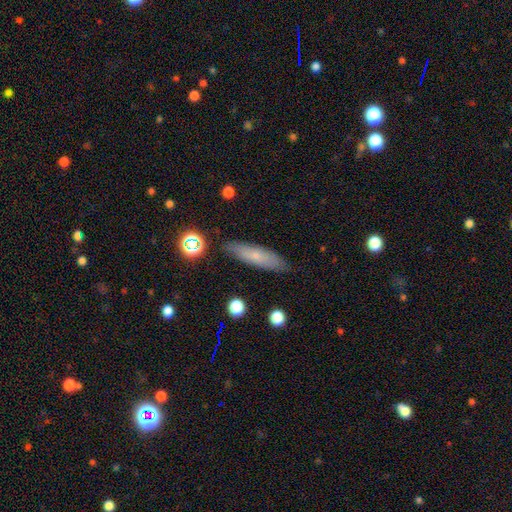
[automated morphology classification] type=smooth (66%); roundness=cigar-shaped (70%); merging=none (86%).